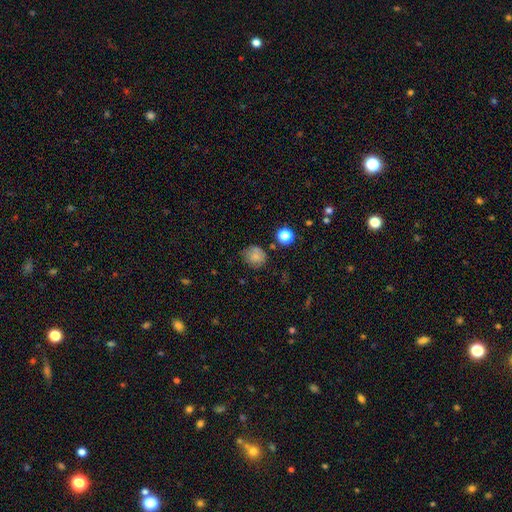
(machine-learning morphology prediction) The model was most divided on "merging": none: 71%, minor disturbance: 19%, major disturbance: 5%, merger: 4%. More confident: how rounded — round (81%); smooth or featured — smooth (77%).